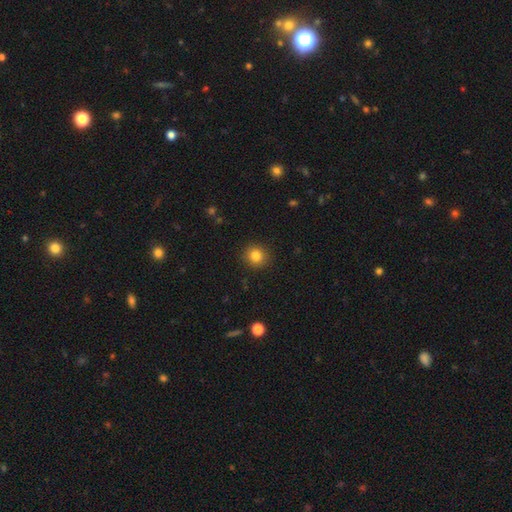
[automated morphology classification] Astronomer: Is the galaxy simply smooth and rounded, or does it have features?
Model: smooth — 83%.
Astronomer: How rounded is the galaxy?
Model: round — 89%.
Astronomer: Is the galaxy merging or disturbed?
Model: none — 91%.